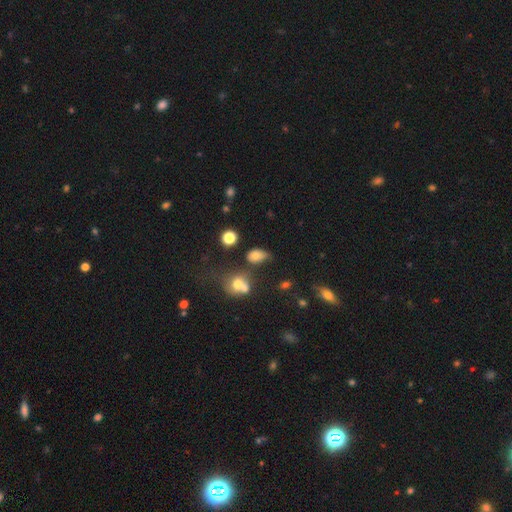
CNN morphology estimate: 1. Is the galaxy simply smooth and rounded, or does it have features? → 72% smooth, 14% featured or disk, 14% star or artifact.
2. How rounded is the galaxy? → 77% in between, 21% round, 2% cigar-shaped.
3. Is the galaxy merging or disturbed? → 43% none, 29% minor disturbance, 15% major disturbance, 13% merger.